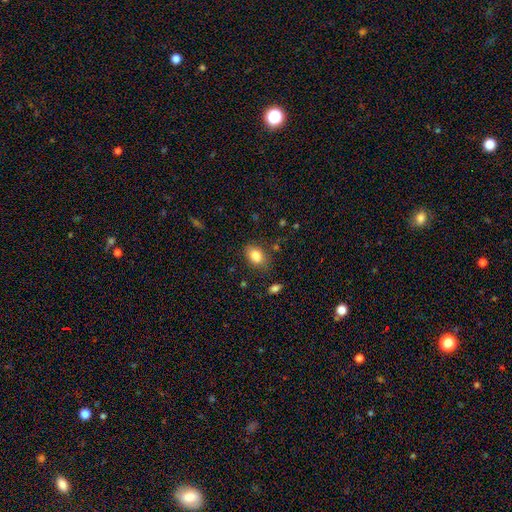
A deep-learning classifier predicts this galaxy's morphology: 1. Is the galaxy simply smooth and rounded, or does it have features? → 84% smooth, 9% star or artifact, 7% featured or disk.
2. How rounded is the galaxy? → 79% in between, 20% round, 1% cigar-shaped.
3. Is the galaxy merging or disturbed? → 79% none, 14% minor disturbance, 4% major disturbance, 3% merger.